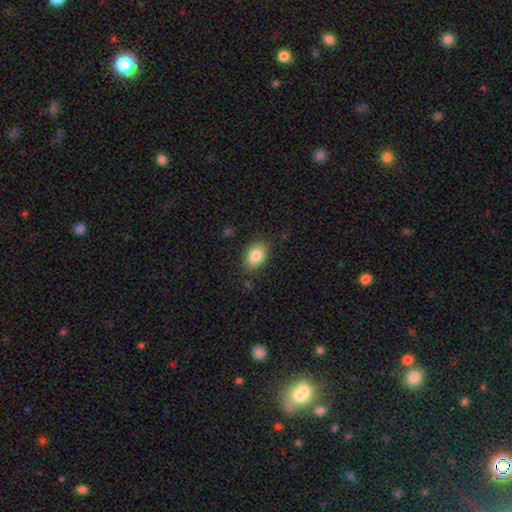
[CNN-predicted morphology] The model was most divided on "how rounded": in between: 79%, round: 20%, cigar-shaped: 1%. More confident: smooth or featured — smooth (84%); merging — none (81%).